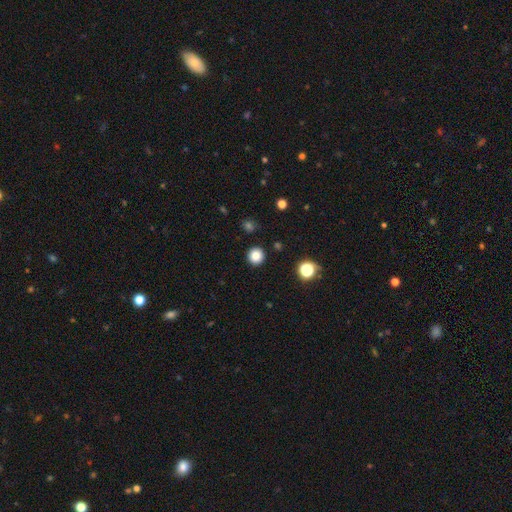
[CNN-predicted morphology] The model was most divided on "smooth or featured": smooth: 83%, star or artifact: 12%, featured or disk: 5%. More confident: how rounded — round (94%); merging — none (92%).